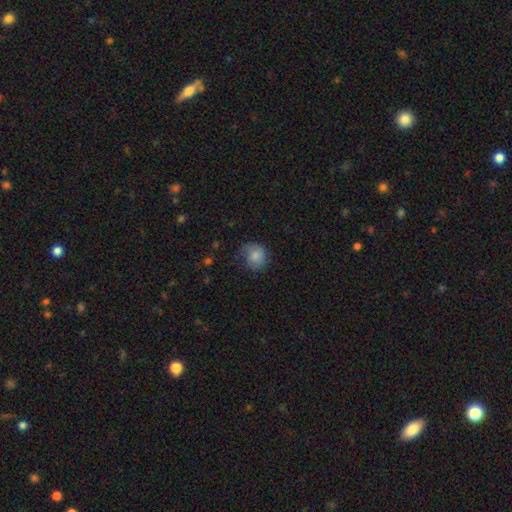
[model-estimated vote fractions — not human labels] Smooth or featured? Predicted: smooth (p=0.78). How rounded? Predicted: round (p=0.78). Merging? Predicted: none (p=0.63).